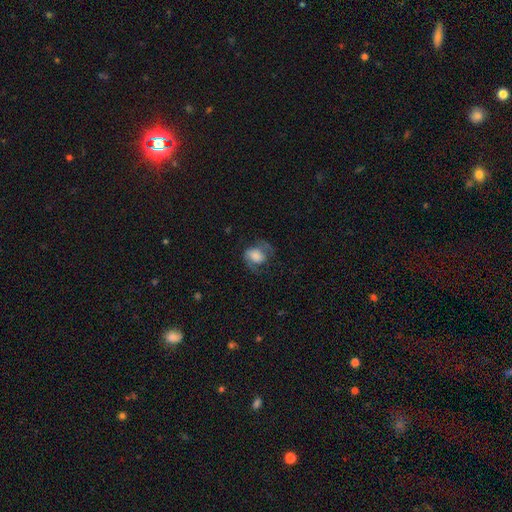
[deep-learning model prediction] This is possibly a featured or disk galaxy (48%). Merging: possibly none (54%).